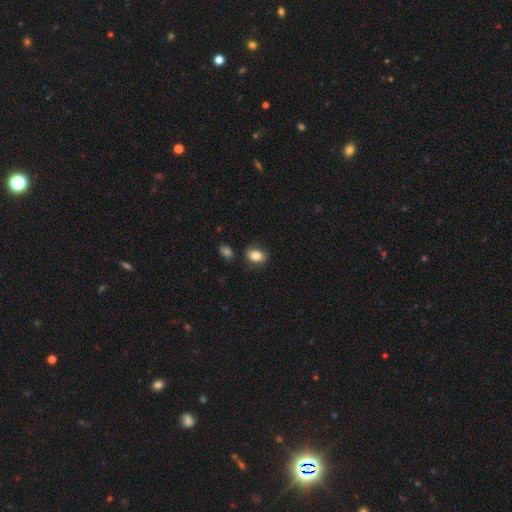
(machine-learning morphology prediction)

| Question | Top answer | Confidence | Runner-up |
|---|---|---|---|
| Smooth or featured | smooth | 81% | featured or disk (10%) |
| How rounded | in between | 76% | round (22%) |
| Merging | none | 80% | minor disturbance (14%) |